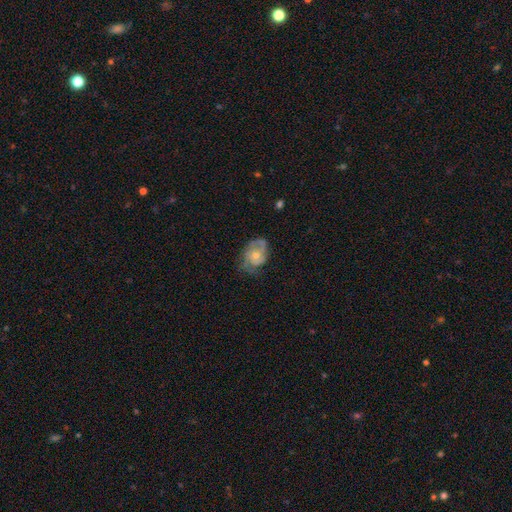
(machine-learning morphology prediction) featured or disk 60%, smooth 33%, star or artifact 7%. Down the decision tree: edge-on disk — no (97%); bar — no (77%); spiral arms — yes (79%); bulge size — moderate (51%); merging — none (49%).